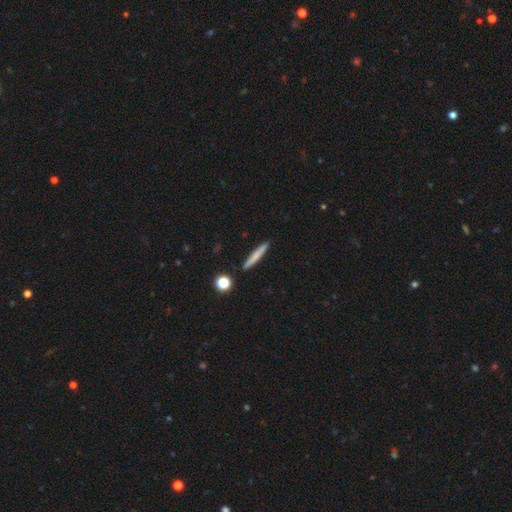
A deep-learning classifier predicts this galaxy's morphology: smooth 71%, featured or disk 22%, star or artifact 7%. Down the decision tree: how rounded — cigar-shaped (94%); merging — none (90%).